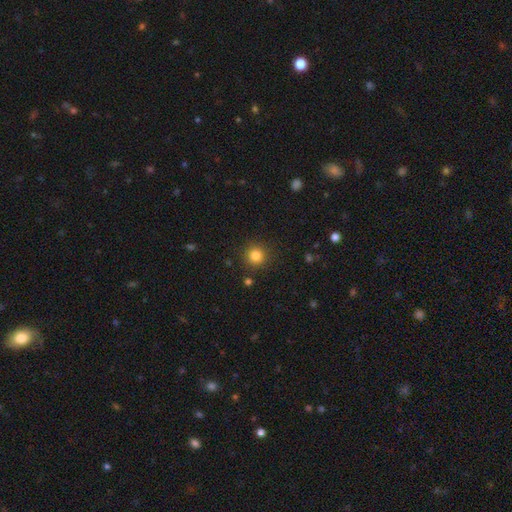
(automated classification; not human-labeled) Morphology: type=smooth (82%); roundness=round (94%); merging=none (90%).